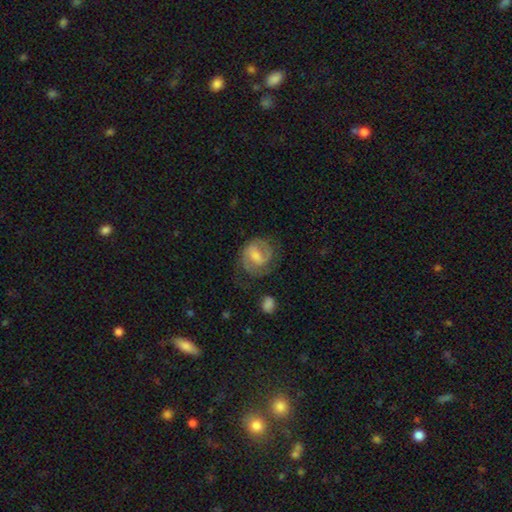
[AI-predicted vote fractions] The model was most divided on "spiral winding": medium: 47%, tight: 39%, loose: 14%. Remaining: edge-on disk — no (98%); spiral arms — yes (91%); spiral arm count — 2 (75%); smooth or featured — featured or disk (73%); merging — none (63%); bar — weak (56%); bulge size — moderate (43%).